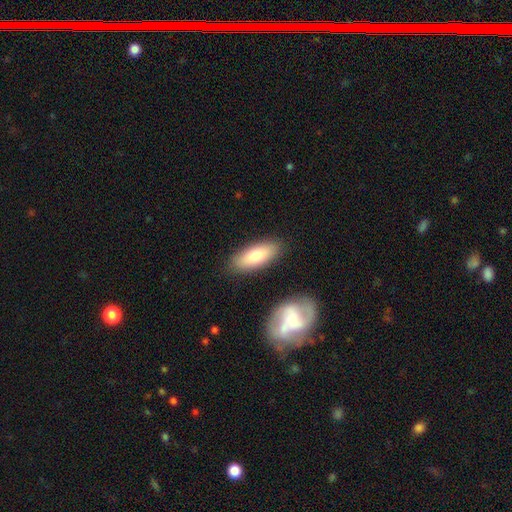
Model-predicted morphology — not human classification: Smooth or featured? smooth (76%)
How rounded? in between (73%)
Merging? none (82%)